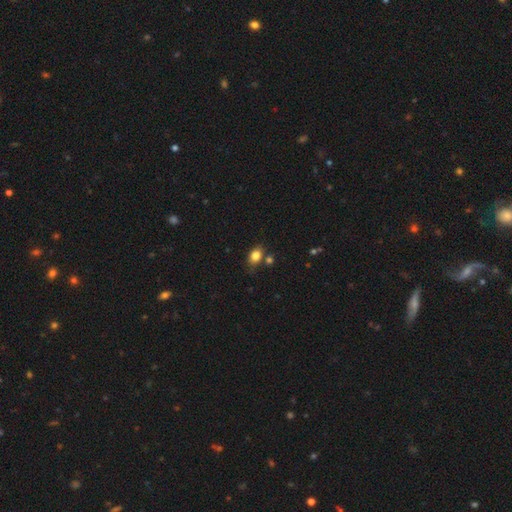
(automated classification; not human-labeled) This appears to be a smooth galaxy with no disk features (83%) that is in between round and cigar-shaped (71%). Merging: none (71%).